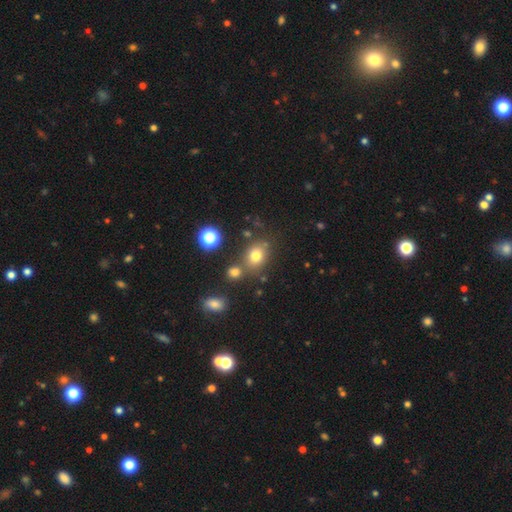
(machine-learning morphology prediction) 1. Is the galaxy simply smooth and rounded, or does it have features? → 74% smooth, 16% star or artifact, 10% featured or disk.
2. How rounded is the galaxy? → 51% round, 47% in between, 1% cigar-shaped.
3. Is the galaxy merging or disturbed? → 67% none, 15% merger, 13% minor disturbance, 5% major disturbance.